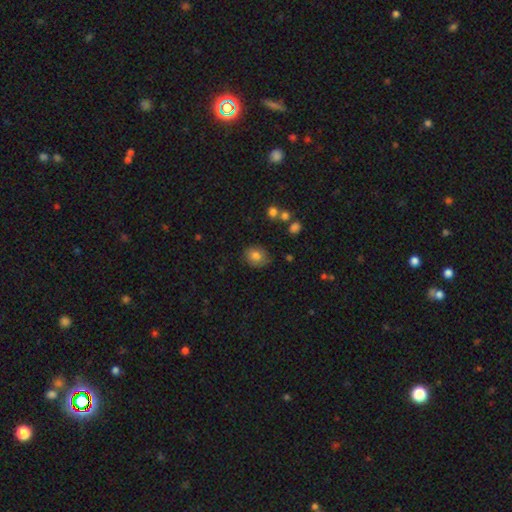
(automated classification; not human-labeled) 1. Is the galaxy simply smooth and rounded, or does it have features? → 81% smooth, 10% star or artifact, 9% featured or disk.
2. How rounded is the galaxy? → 63% round, 36% in between, 1% cigar-shaped.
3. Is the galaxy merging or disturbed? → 75% none, 19% minor disturbance, 4% major disturbance, 2% merger.